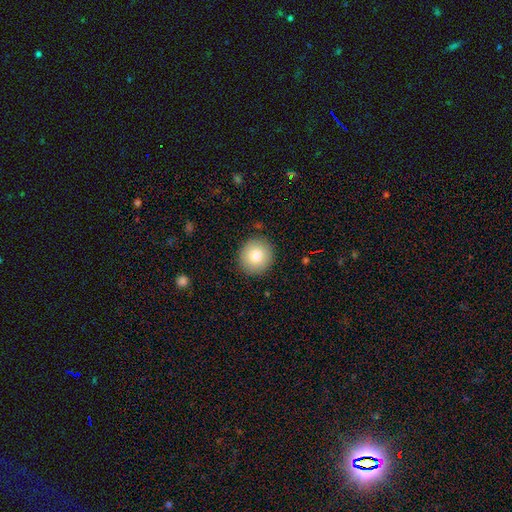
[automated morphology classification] Q: Smooth or featured?
A: smooth (79%); runner-up: featured or disk (11%)
Q: How rounded?
A: round (91%); runner-up: in between (8%)
Q: Merging?
A: none (90%); runner-up: minor disturbance (7%)